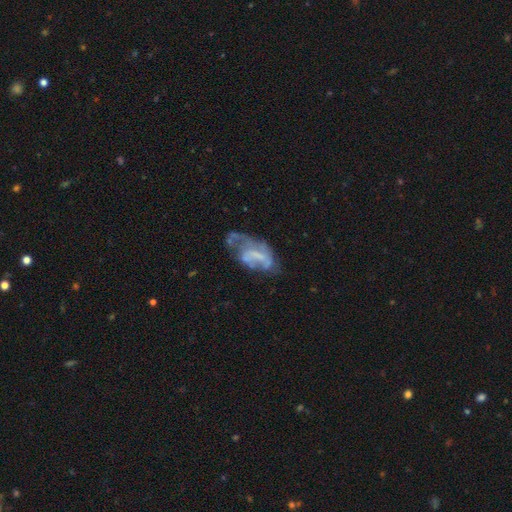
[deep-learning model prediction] Morphology: type=featured or disk (62%); edge-on=no (96%); bar=no (56%); spiral arms=no (54%); bulge=none (62%); merging=major disturbance (38%).